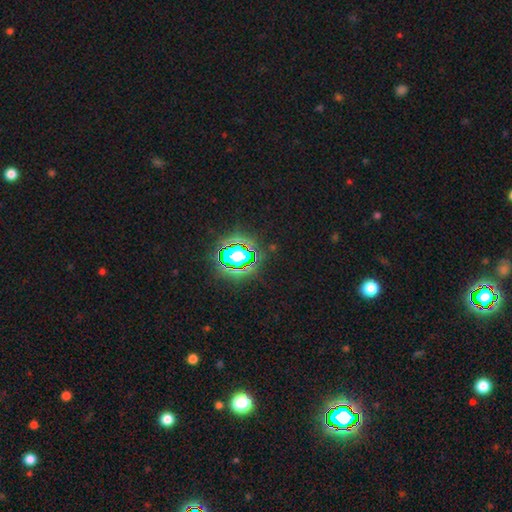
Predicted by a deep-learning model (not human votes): Morphology: type=star or artifact (82%).